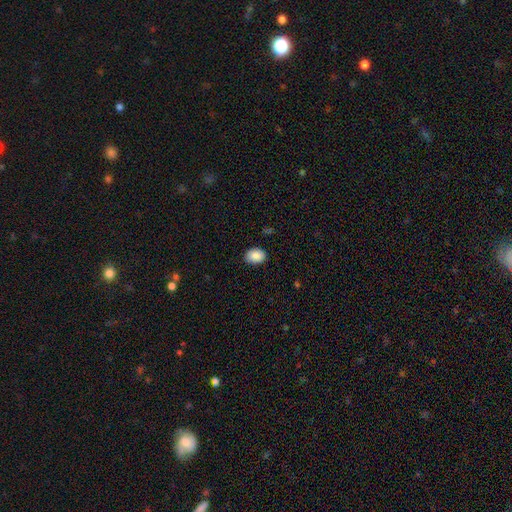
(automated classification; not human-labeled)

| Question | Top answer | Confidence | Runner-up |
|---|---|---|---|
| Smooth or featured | smooth | 88% | star or artifact (7%) |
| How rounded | in between | 73% | round (26%) |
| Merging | none | 88% | minor disturbance (9%) |